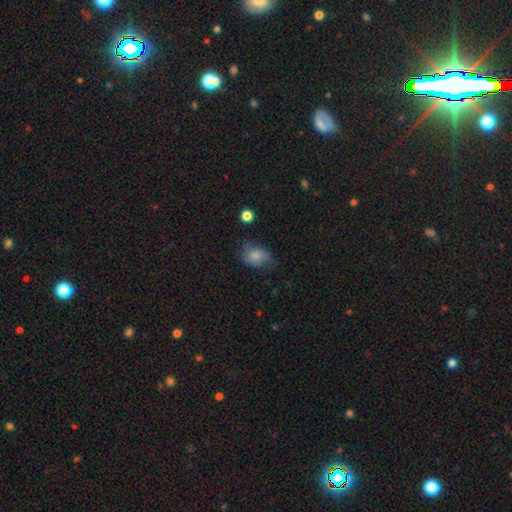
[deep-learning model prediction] smooth 76%, featured or disk 15%, star or artifact 10%. Down the decision tree: how rounded — in between (64%); merging — none (54%).